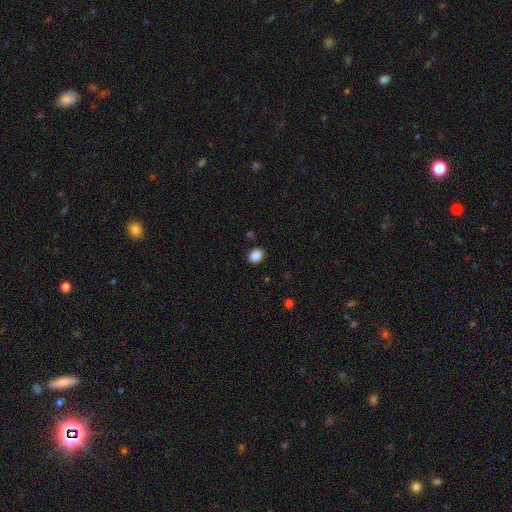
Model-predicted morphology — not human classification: Overall: smooth (88%). How rounded: round (54%; in between 45%). Merging: none (88%).